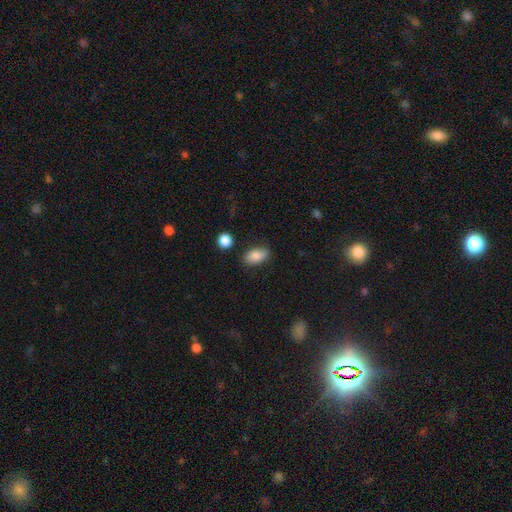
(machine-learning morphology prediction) A smooth galaxy with no disk features (84%) that is in between round and cigar-shaped (90%).

Vote fractions:
- Smooth or featured? smooth: 84% / star or artifact: 8% / featured or disk: 8%
- How rounded? in between: 90% / round: 7% / cigar-shaped: 3%
- Merging? none: 81% / minor disturbance: 13% / major disturbance: 3% / merger: 3%